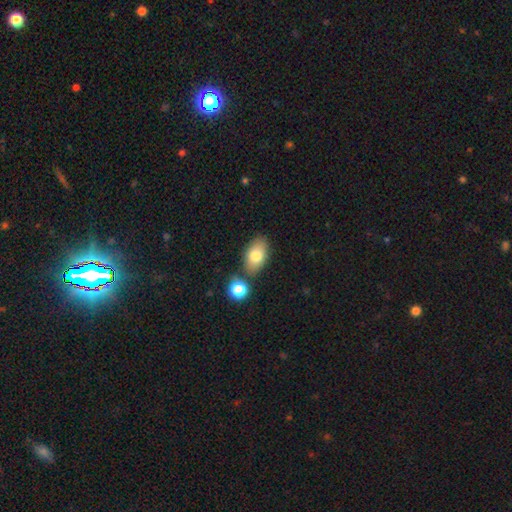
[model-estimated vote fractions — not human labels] Q: Smooth or featured?
A: smooth (79%); runner-up: featured or disk (14%)
Q: How rounded?
A: in between (91%); runner-up: round (7%)
Q: Merging?
A: none (70%); runner-up: merger (15%)